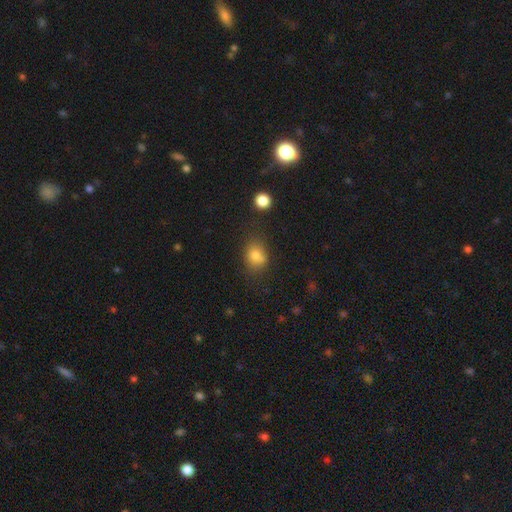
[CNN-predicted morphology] Smooth or featured? Predicted: smooth (p=0.80). How rounded? Predicted: in between (p=0.57). Merging? Predicted: none (p=0.60).